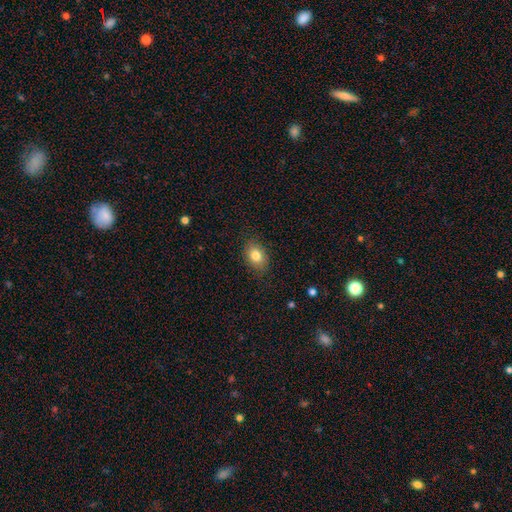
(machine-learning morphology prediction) A smooth galaxy with no disk features (82%) that is in between round and cigar-shaped (77%).

Vote fractions:
- Smooth or featured? smooth: 82% / featured or disk: 9% / star or artifact: 9%
- How rounded? in between: 77% / round: 21% / cigar-shaped: 1%
- Merging? none: 85% / minor disturbance: 11% / major disturbance: 3% / merger: 1%